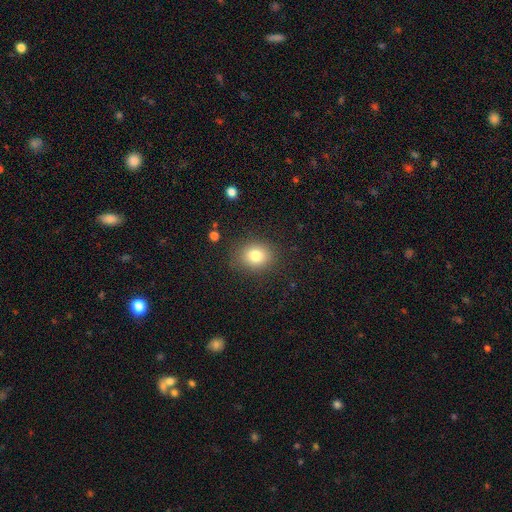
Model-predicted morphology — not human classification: Smooth or featured?
  - smooth: 80% *
  - star or artifact: 11%
  - featured or disk: 9%
How rounded?
  - round: 66% *
  - in between: 33%
  - cigar-shaped: 1%
Merging?
  - none: 86% *
  - minor disturbance: 10%
  - major disturbance: 3%
  - merger: 1%